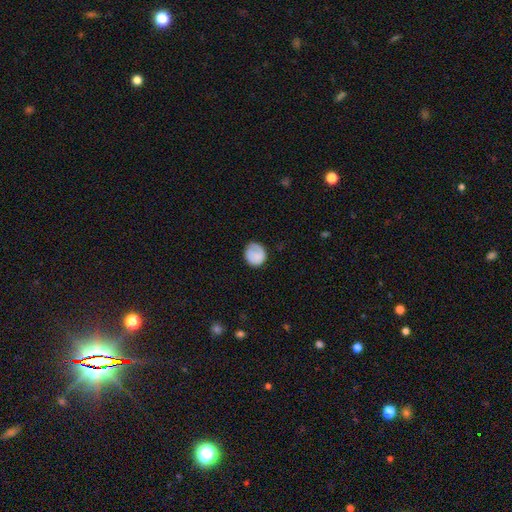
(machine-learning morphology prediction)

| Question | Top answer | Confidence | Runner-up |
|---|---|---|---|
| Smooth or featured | smooth | 82% | featured or disk (11%) |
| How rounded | round | 82% | in between (17%) |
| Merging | none | 74% | minor disturbance (19%) |